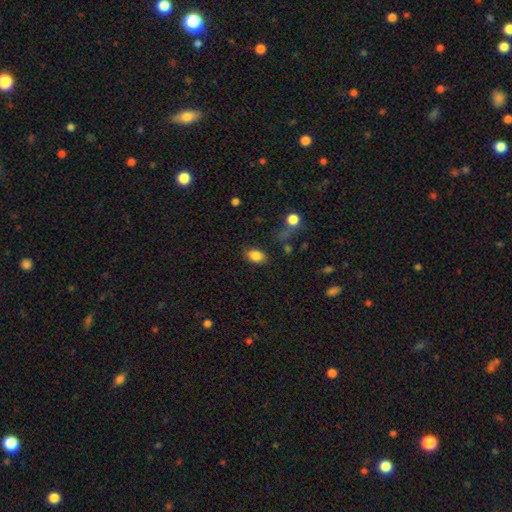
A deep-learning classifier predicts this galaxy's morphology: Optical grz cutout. It shows a smooth galaxy with no disk features (84%) that is in between round and cigar-shaped (81%). Merging: none (80%).